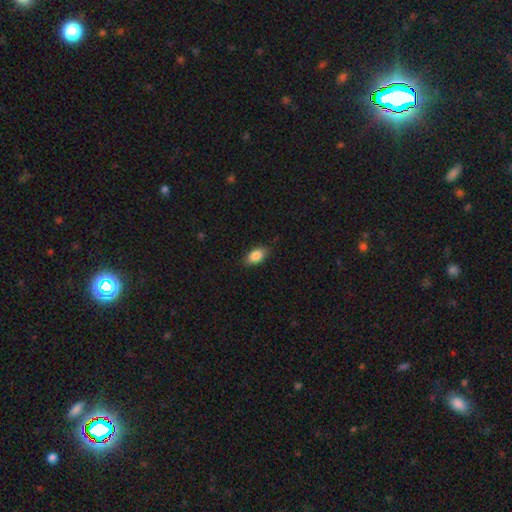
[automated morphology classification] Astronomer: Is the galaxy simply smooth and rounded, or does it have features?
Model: smooth — 86%.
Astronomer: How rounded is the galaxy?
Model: in between — 91%.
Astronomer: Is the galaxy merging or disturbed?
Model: none — 85%.